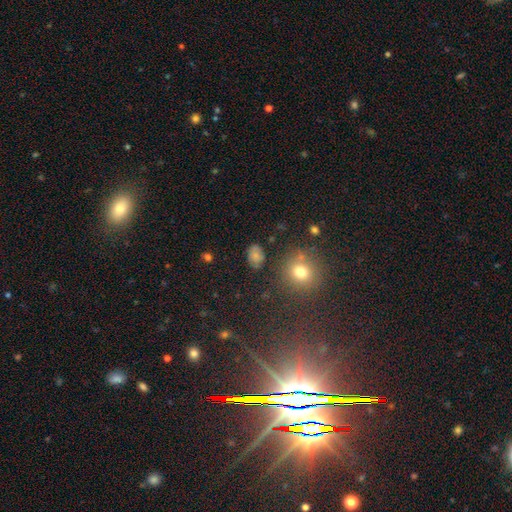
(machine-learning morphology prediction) smooth 73%, star or artifact 15%, featured or disk 11%. Down the decision tree: how rounded — in between (72%); merging — none (77%).